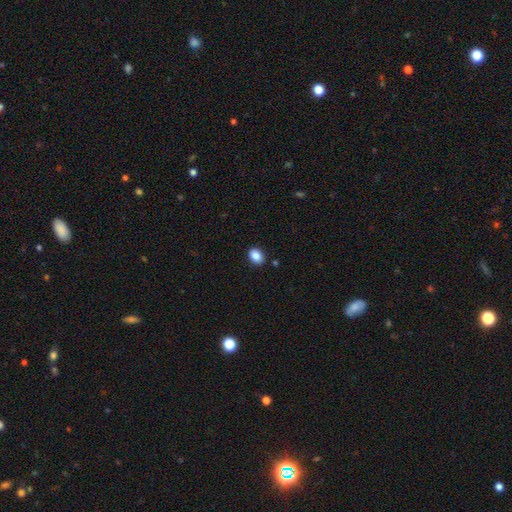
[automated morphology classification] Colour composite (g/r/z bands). It shows a smooth galaxy with no disk features (88%) that is in between round and cigar-shaped (73%). Merging: none (88%).